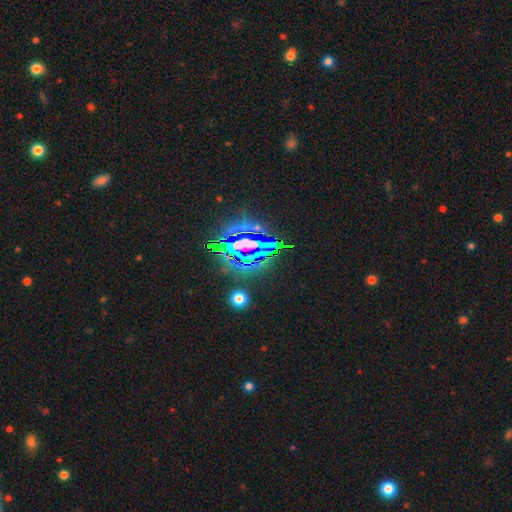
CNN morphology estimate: The model was most divided on "smooth or featured": star or artifact: 76%, featured or disk: 13%, smooth: 12%.